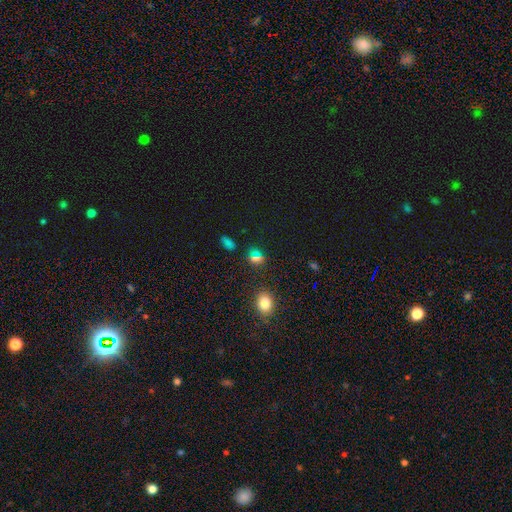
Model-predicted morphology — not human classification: smooth_or_featured: smooth (p=0.57) [alt: star or artifact p=0.34]
how_rounded: round (p=0.52) [alt: in between p=0.44]
merging: none (p=0.75) [alt: minor disturbance p=0.11]